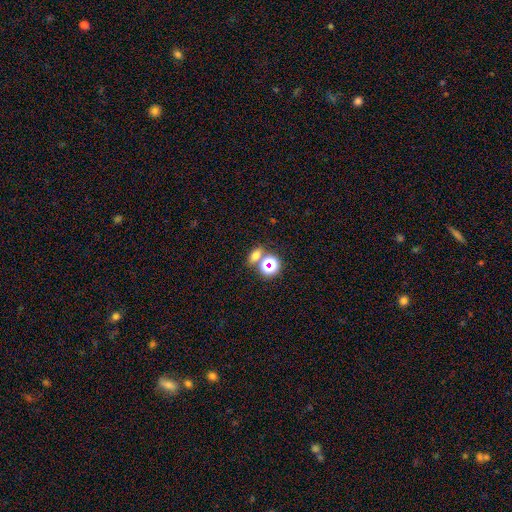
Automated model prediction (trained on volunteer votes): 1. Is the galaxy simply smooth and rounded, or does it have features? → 60% smooth, 28% star or artifact, 12% featured or disk.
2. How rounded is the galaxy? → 61% in between, 32% round, 7% cigar-shaped.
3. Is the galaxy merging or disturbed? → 67% none, 21% merger, 9% minor disturbance, 4% major disturbance.